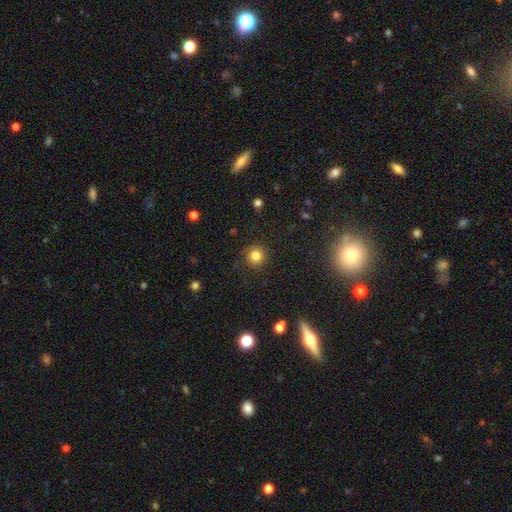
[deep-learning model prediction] Overall: smooth (82%). How rounded: round (94%). Merging: none (88%).